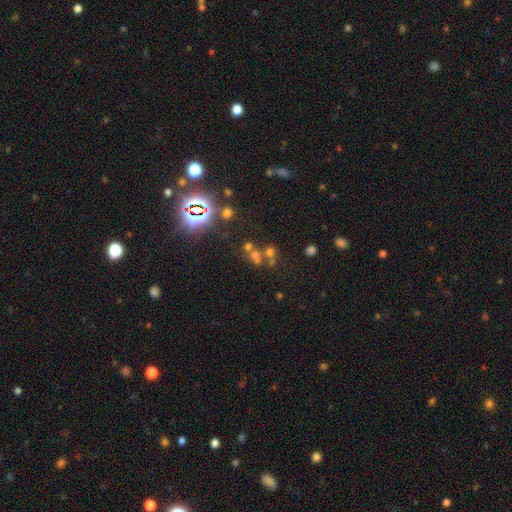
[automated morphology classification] This appears to be a star or artifact, not a galaxy (53%).